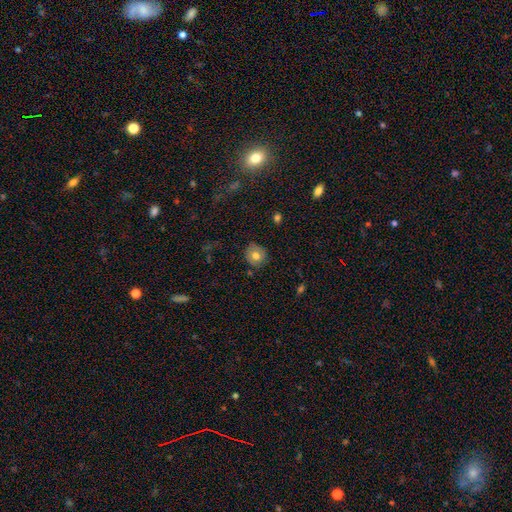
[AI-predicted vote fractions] smooth 72%, featured or disk 19%, star or artifact 8%. Down the decision tree: how rounded — round (84%); merging — none (83%).